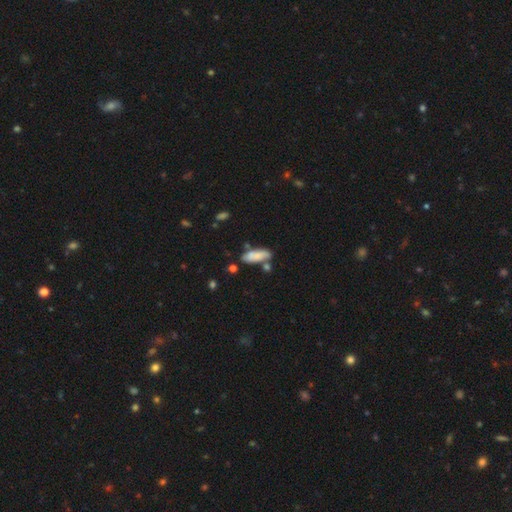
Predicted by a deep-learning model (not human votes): Smooth or featured? smooth (75%)
How rounded? in between (63%)
Merging? none (59%)